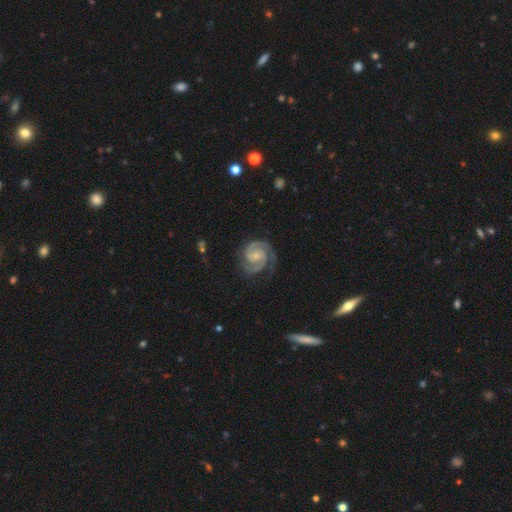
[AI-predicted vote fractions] A featured or disk galaxy (92%) with no bar (57%), 2 (85%) tight (59%) spiral arms (98%) and a small central bulge (67%). Merging: none (75%).